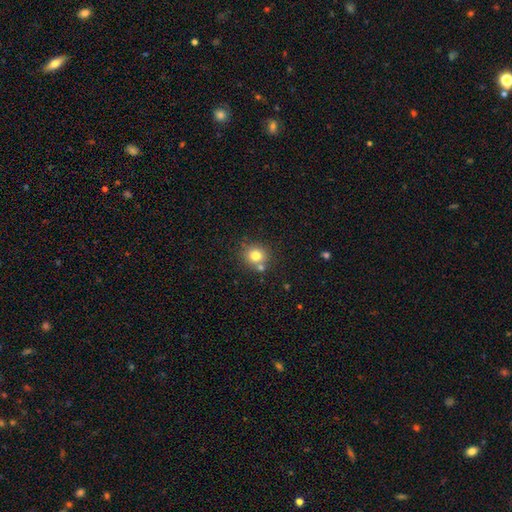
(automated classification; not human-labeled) A smooth galaxy with no disk features (78%) that is round (87%). Merging: none (72%).